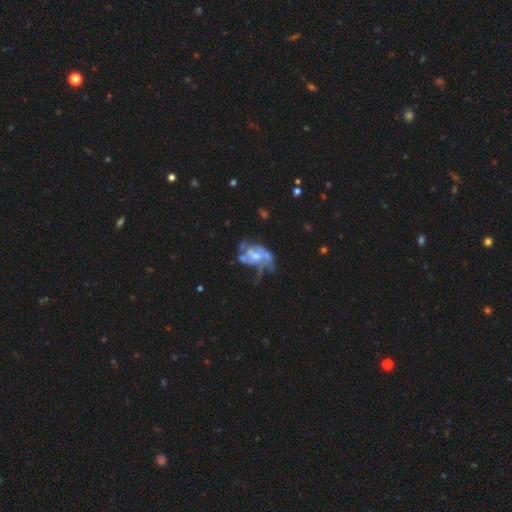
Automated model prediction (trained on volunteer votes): A featured or disk galaxy (72%) with no bar (68%), no spiral arms (51%) and a moderate central bulge (56%). Merging: major disturbance (40%).